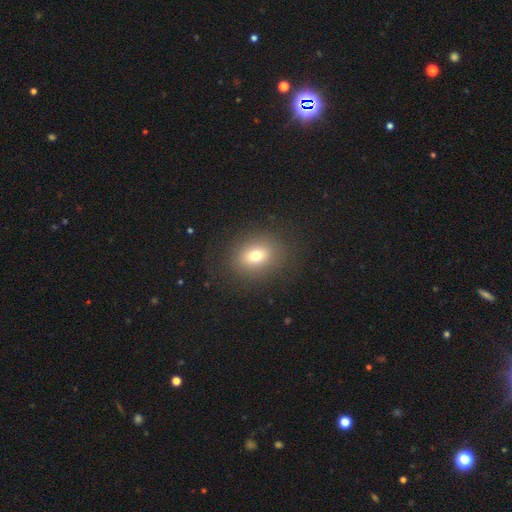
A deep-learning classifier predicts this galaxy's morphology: Smooth or featured?
  - smooth: 74% *
  - star or artifact: 14%
  - featured or disk: 13%
How rounded?
  - in between: 51% *
  - round: 48%
  - cigar-shaped: 1%
Merging?
  - none: 85% *
  - minor disturbance: 9%
  - major disturbance: 5%
  - merger: 1%